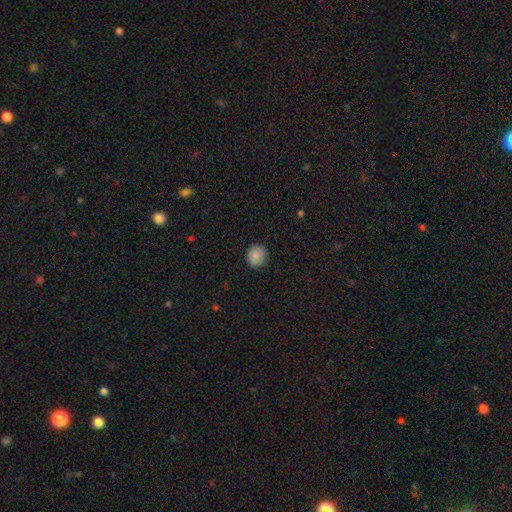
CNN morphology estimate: Overall: smooth (87%). How rounded: round (90%). Merging: none (88%).